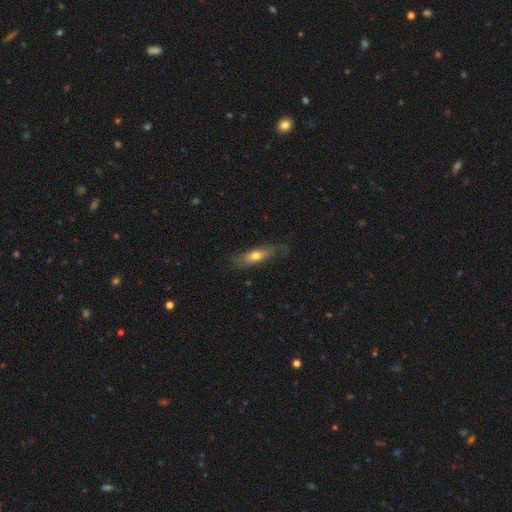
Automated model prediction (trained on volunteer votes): Q: Smooth or featured?
A: smooth (59%); runner-up: featured or disk (34%)
Q: How rounded?
A: cigar-shaped (53%); runner-up: in between (44%)
Q: Merging?
A: none (70%); runner-up: minor disturbance (22%)